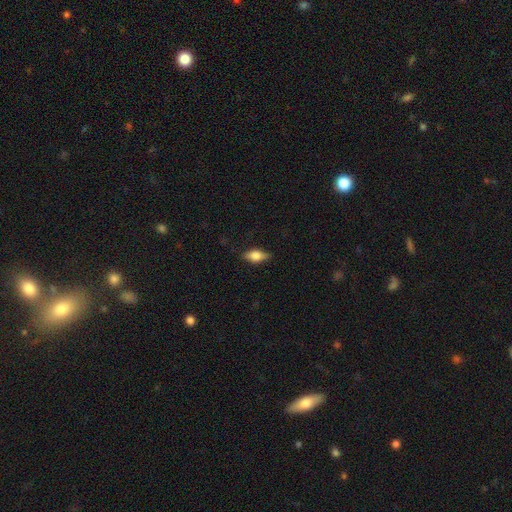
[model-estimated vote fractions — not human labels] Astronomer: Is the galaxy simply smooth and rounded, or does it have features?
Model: smooth — 61%.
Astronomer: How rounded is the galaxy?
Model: in between — 81%.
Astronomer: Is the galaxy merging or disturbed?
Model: none — 82%.